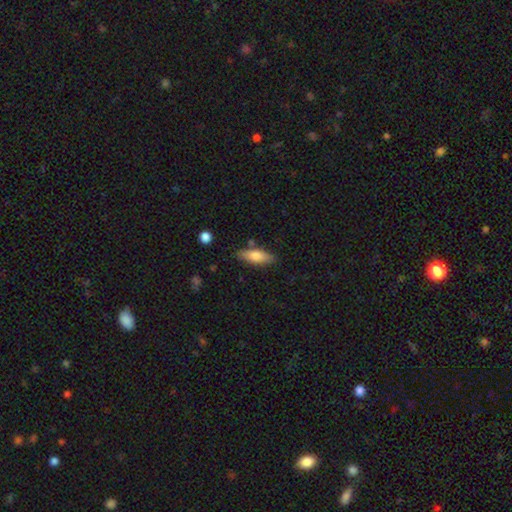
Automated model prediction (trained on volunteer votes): Q: Smooth or featured?
A: smooth (73%); runner-up: featured or disk (20%)
Q: How rounded?
A: in between (60%); runner-up: cigar-shaped (38%)
Q: Merging?
A: none (79%); runner-up: minor disturbance (14%)